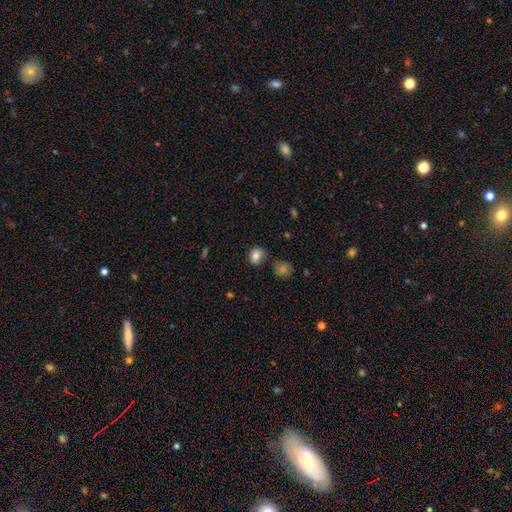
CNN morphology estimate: This appears to be a smooth galaxy with no disk features (81%) that is round (60%). Merging: none (71%).